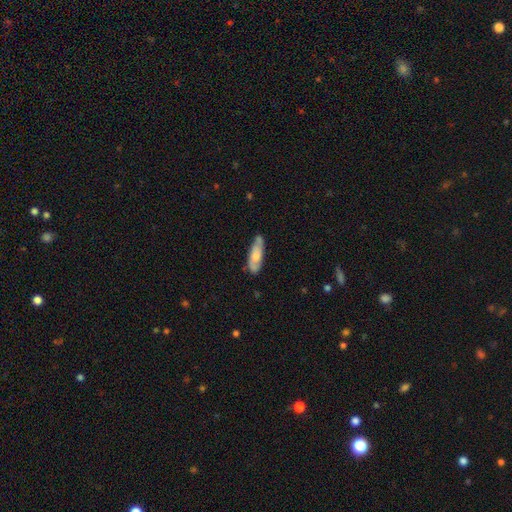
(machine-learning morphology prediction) A smooth galaxy with no disk features (55%) that is in between round and cigar-shaped (53%). Merging: none (66%).